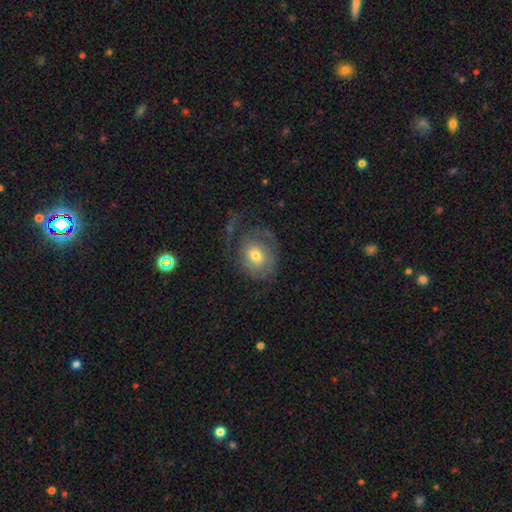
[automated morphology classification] A featured or disk galaxy (60%) with no bar (65%), spiral arms (80%) and a moderate central bulge (59%). Merging: none (47%).